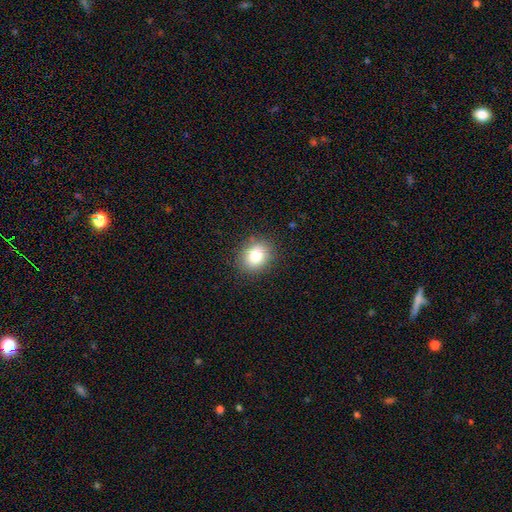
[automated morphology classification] smooth-or-featured: smooth: 83% | star or artifact: 10% | featured or disk: 7%
  how-rounded: round: 58% | in between: 41% | cigar-shaped: 1%
  merging: none: 86% | minor disturbance: 10% | major disturbance: 3% | merger: 1%